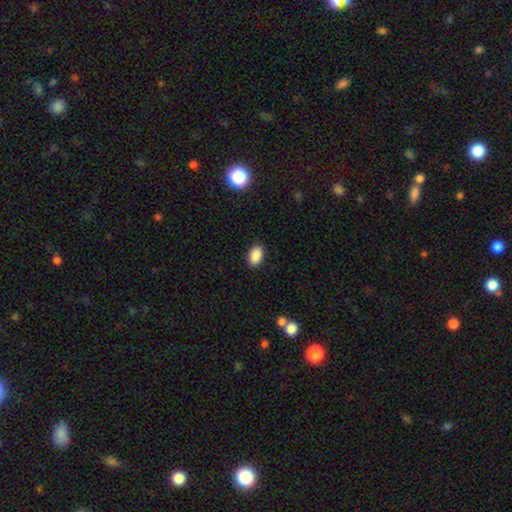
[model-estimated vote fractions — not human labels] Overall: smooth (88%). How rounded: in between (90%). Merging: none (89%).